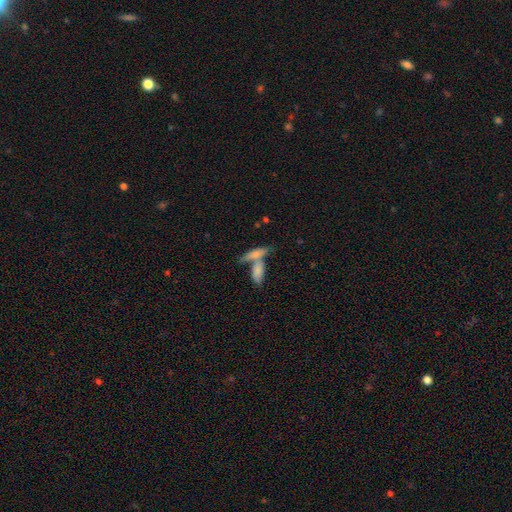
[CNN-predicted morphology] smooth-or-featured: smooth: 66% | featured or disk: 26% | star or artifact: 8%
  how-rounded: cigar-shaped: 51% | in between: 46% | round: 3%
  merging: merger: 51% | none: 37% | minor disturbance: 9% | major disturbance: 4%